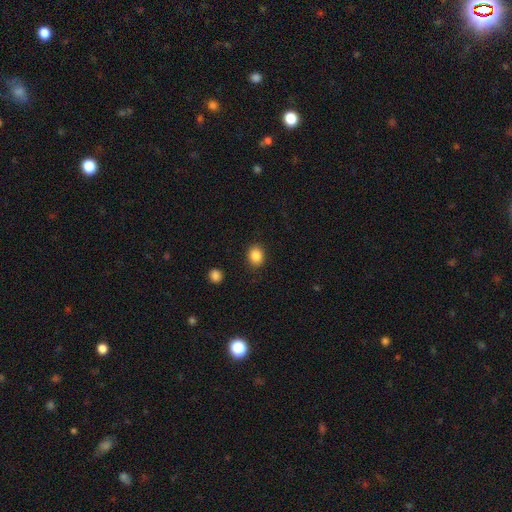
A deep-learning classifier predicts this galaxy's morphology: The model was most divided on "how rounded": round: 56%, in between: 43%, cigar-shaped: 1%. More confident: merging — none (89%); smooth or featured — smooth (86%).